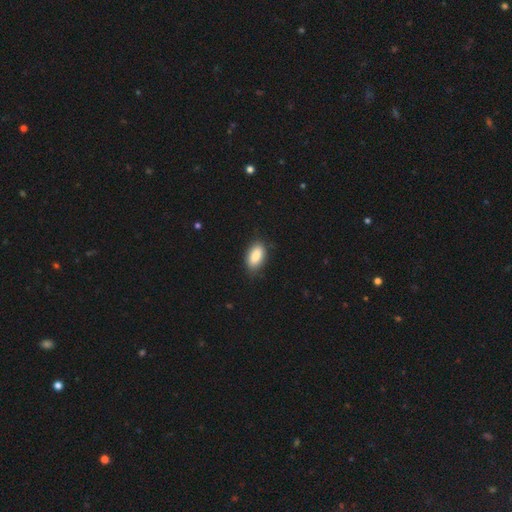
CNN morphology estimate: A smooth galaxy with no disk features (87%) that is in between round and cigar-shaped (92%). Merging: none (83%).